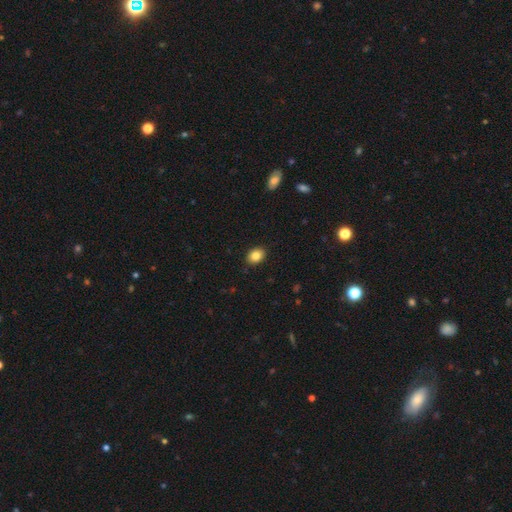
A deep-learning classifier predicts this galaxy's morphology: The model was most divided on "how rounded": in between: 70%, round: 29%, cigar-shaped: 1%. More confident: merging — none (89%); smooth or featured — smooth (85%).